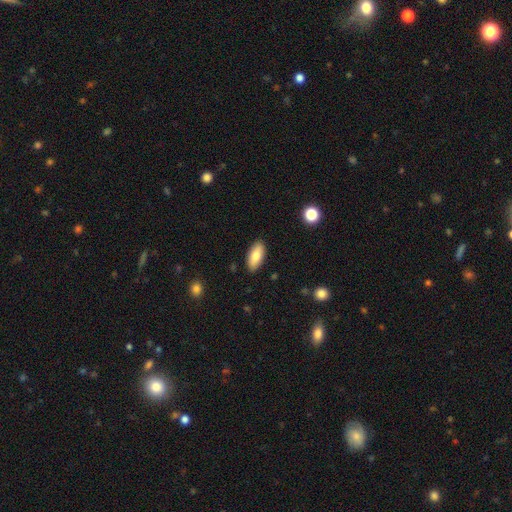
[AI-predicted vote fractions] This is likely a smooth galaxy (80%). How rounded: clearly in between (88%). Merging: clearly none (88%).